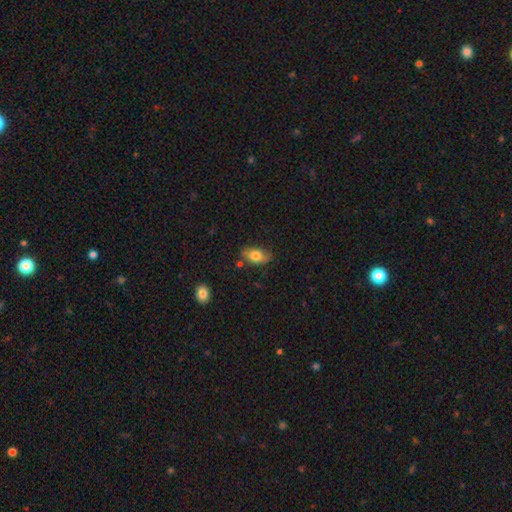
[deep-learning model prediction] Q: Smooth or featured?
A: smooth (76%); runner-up: featured or disk (17%)
Q: How rounded?
A: in between (90%); runner-up: round (6%)
Q: Merging?
A: none (76%); runner-up: minor disturbance (19%)